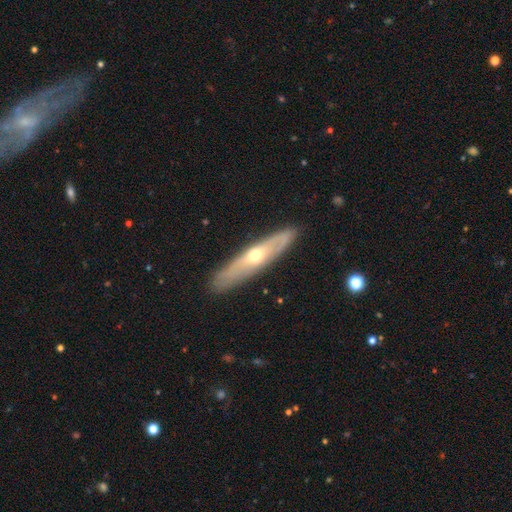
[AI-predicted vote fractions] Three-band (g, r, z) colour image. It shows a featured or disk galaxy (61%) viewed edge-on (61%). Merging: none (87%).